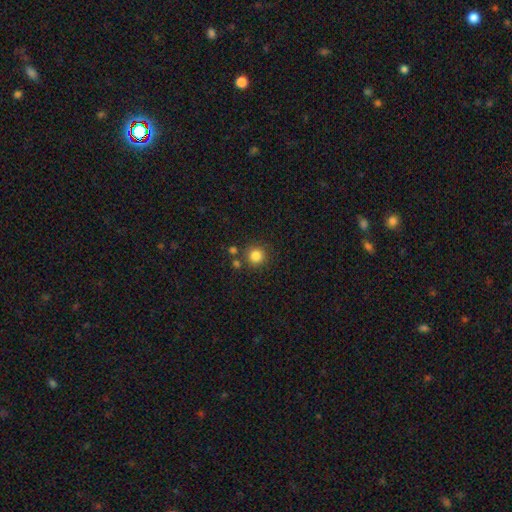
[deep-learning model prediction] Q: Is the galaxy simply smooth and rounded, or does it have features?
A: smooth — 84%.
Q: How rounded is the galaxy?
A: round — 94%.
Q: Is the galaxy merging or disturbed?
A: none — 80%.